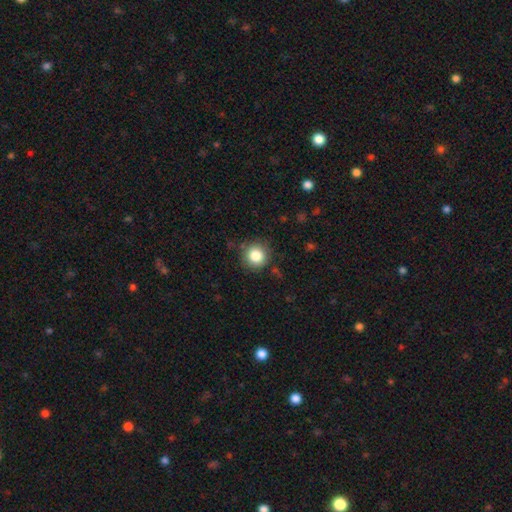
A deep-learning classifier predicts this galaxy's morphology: smooth 83%, star or artifact 11%, featured or disk 6%. Down the decision tree: how rounded — round (93%); merging — none (86%).